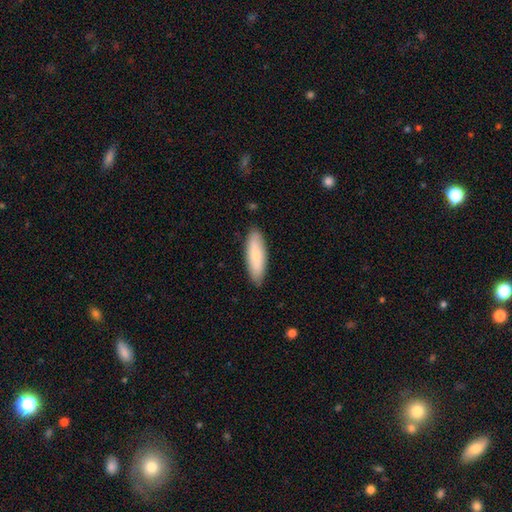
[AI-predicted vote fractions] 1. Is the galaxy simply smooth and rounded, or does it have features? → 78% smooth, 17% featured or disk, 5% star or artifact.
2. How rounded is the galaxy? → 50% in between, 48% cigar-shaped, 2% round.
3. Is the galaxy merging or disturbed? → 87% none, 10% minor disturbance, 2% major disturbance, 1% merger.